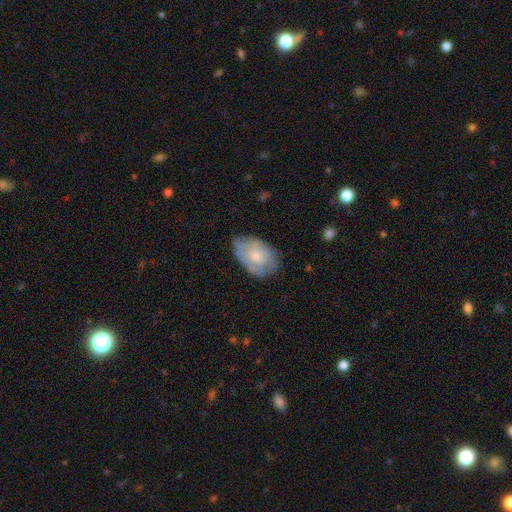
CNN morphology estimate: smooth 55%, featured or disk 39%, star or artifact 6%. Down the decision tree: how rounded — in between (88%); merging — none (63%).